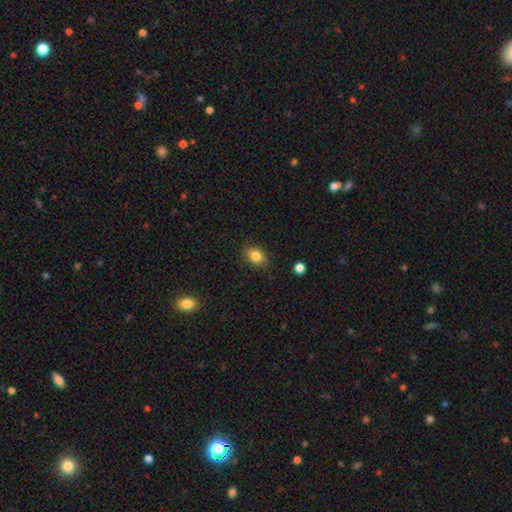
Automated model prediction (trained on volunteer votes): The model was most divided on "how rounded": in between: 70%, round: 29%, cigar-shaped: 1%. More confident: merging — none (84%); smooth or featured — smooth (84%).